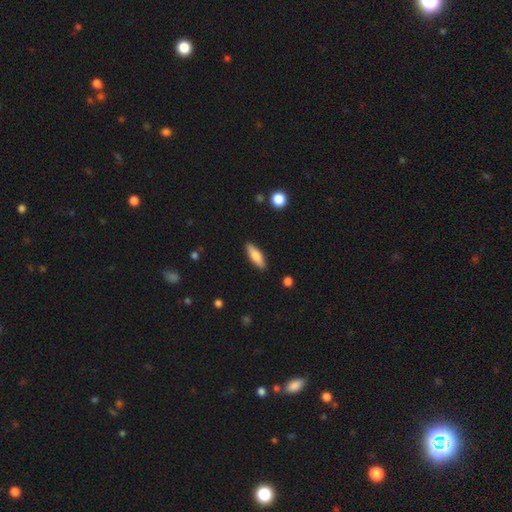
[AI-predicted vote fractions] The model was most divided on "how rounded": in between: 53%, cigar-shaped: 45%, round: 2%. More confident: merging — none (88%); smooth or featured — smooth (71%).